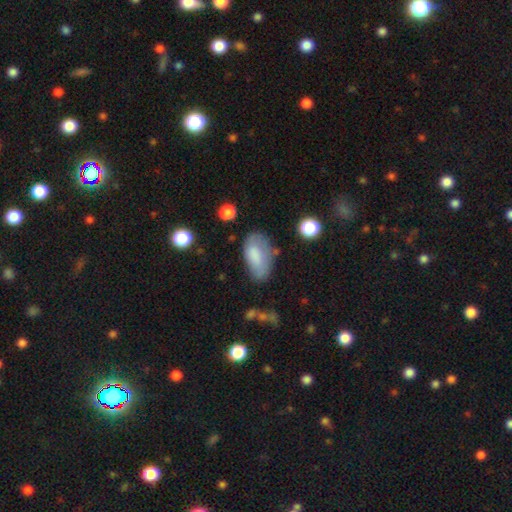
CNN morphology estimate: type=smooth (76%); roundness=in between (94%); merging=none (57%).